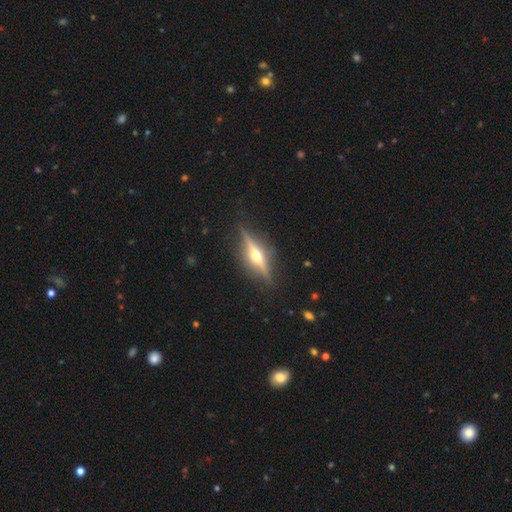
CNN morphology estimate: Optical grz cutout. It shows a featured or disk galaxy (81%) viewed edge-on (96%) with a rounded central bulge (95%). Merging: none (87%).